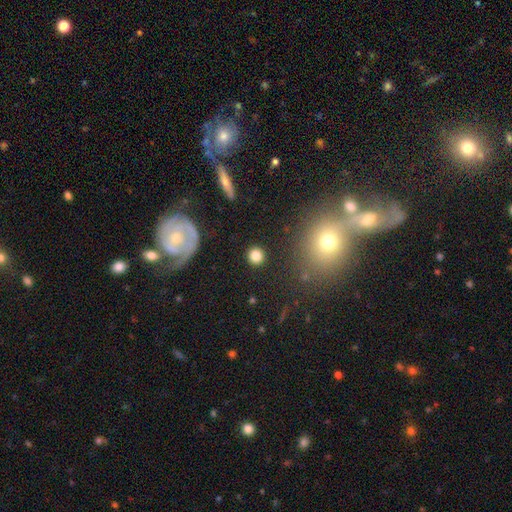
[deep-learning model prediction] Smooth or featured? smooth (82%)
How rounded? round (92%)
Merging? none (90%)